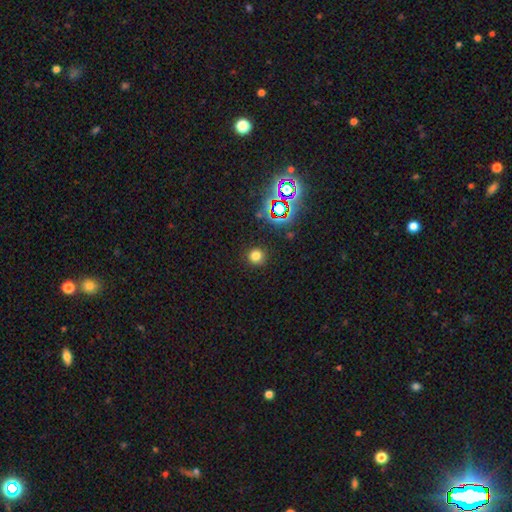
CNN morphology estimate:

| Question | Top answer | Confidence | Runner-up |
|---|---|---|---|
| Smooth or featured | smooth | 73% | star or artifact (21%) |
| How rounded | round | 93% | in between (6%) |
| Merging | none | 91% | minor disturbance (6%) |